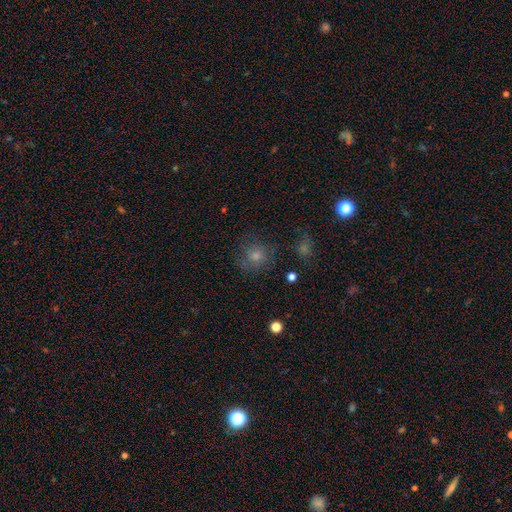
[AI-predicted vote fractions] Overall: smooth (53%; star or artifact 28%). How rounded: round (88%). Merging: none (75%).